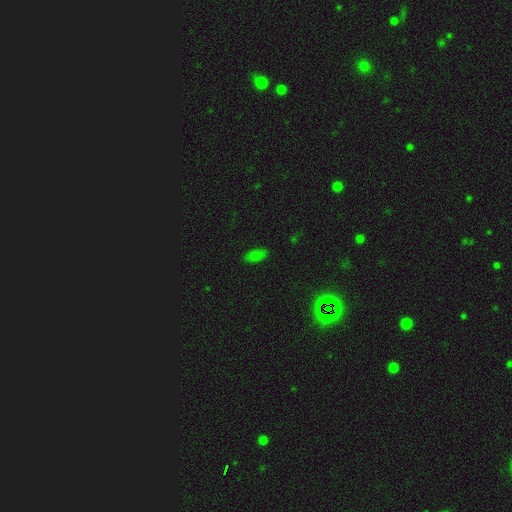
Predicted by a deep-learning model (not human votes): Morphology: type=smooth (74%); roundness=in between (89%); merging=none (82%).